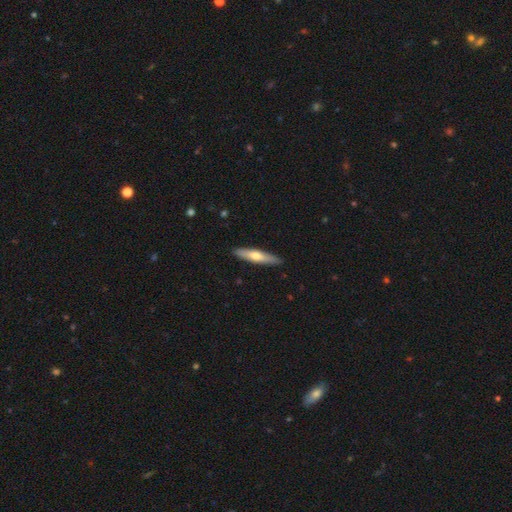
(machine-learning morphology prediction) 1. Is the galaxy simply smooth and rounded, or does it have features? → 57% smooth, 38% featured or disk, 5% star or artifact.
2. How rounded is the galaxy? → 84% cigar-shaped, 15% in between, 2% round.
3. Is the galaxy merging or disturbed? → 90% none, 8% minor disturbance, 1% major disturbance, 1% merger.